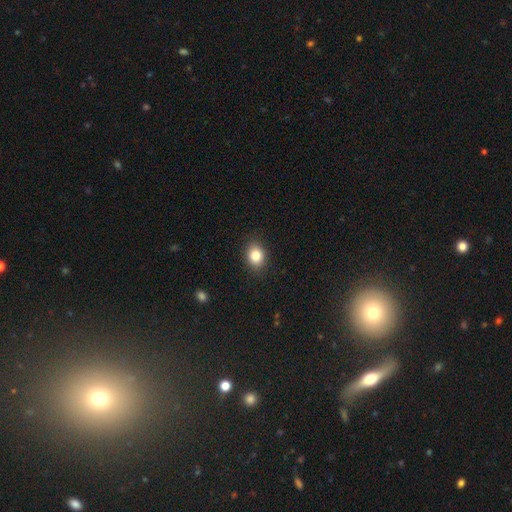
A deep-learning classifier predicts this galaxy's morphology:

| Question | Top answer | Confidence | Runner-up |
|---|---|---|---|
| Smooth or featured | smooth | 83% | star or artifact (10%) |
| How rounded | in between | 55% | round (44%) |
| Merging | none | 88% | minor disturbance (9%) |